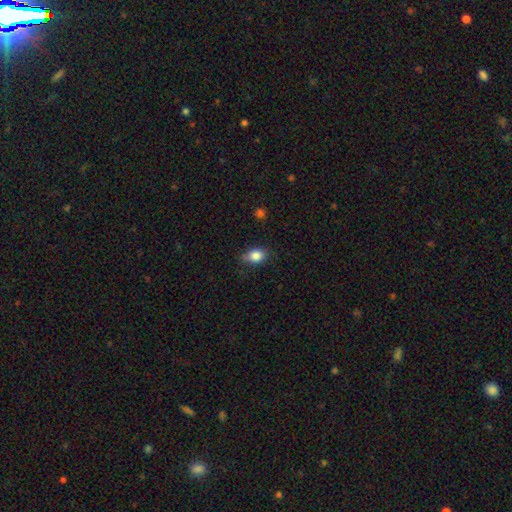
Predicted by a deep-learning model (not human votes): This is clearly a smooth galaxy (85%). How rounded: likely in between (68%). Merging: likely none (72%).